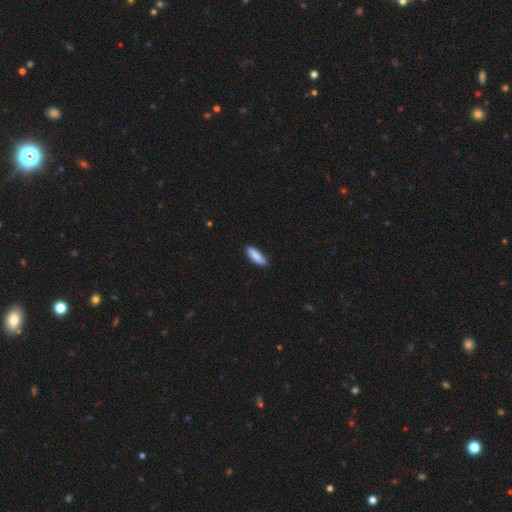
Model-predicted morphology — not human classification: This is clearly a smooth galaxy (87%). How rounded: possibly in between (54%). Merging: clearly none (84%).